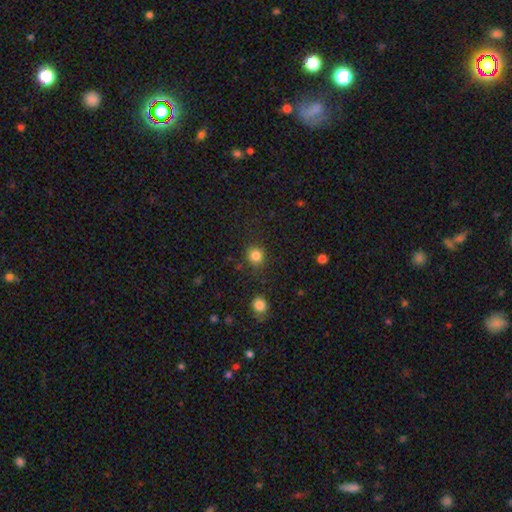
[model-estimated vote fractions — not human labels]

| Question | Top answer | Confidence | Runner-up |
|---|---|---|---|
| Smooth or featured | smooth | 84% | star or artifact (12%) |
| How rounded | round | 89% | in between (10%) |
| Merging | none | 82% | minor disturbance (10%) |